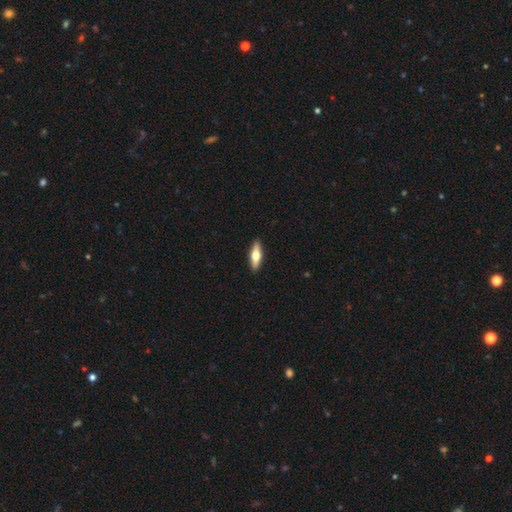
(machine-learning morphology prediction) Q: Smooth or featured?
A: smooth (50%); runner-up: featured or disk (45%)
Q: Merging?
A: none (91%); runner-up: minor disturbance (7%)